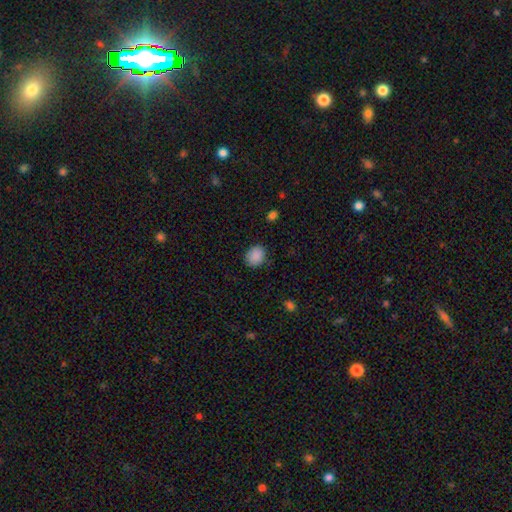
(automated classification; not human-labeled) This appears to be a smooth galaxy with no disk features (88%) that is round (61%). Merging: none (84%).